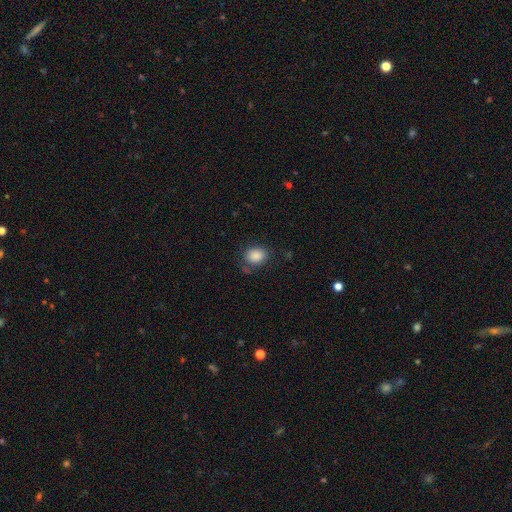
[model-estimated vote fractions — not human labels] Smooth or featured?
  - smooth: 87% *
  - star or artifact: 9%
  - featured or disk: 5%
How rounded?
  - in between: 56% *
  - round: 43%
  - cigar-shaped: 1%
Merging?
  - none: 73% *
  - minor disturbance: 17%
  - major disturbance: 6%
  - merger: 4%